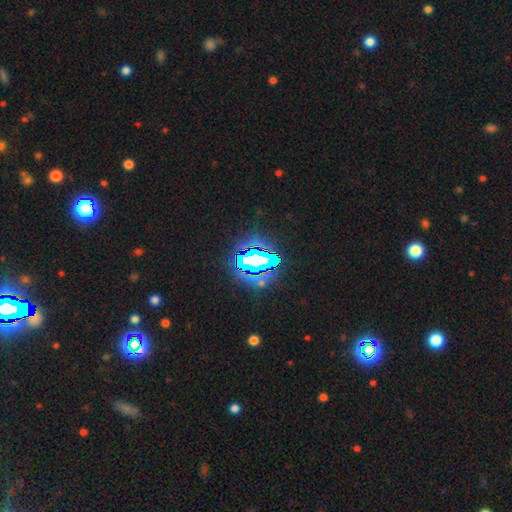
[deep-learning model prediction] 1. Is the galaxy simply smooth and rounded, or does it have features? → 83% star or artifact, 10% smooth, 7% featured or disk.